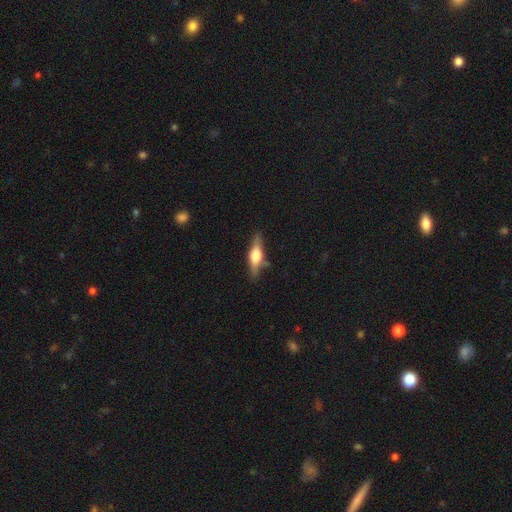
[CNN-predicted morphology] A featured or disk galaxy (56%) viewed edge-on (94%) with a rounded central bulge (90%). Merging: none (82%).